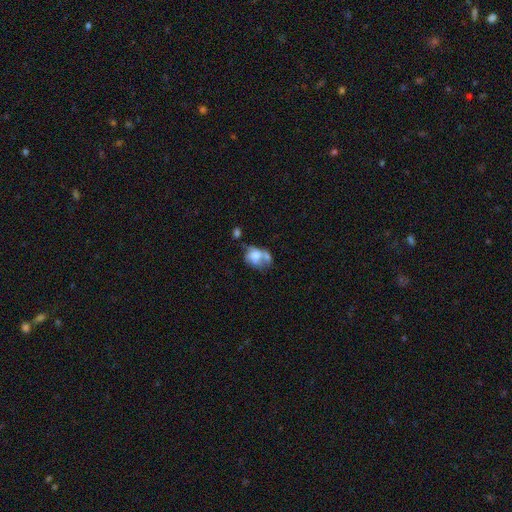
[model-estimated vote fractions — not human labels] This is possibly a smooth galaxy (59%). How rounded: possibly in between (60%). Merging: possibly merger (48%).